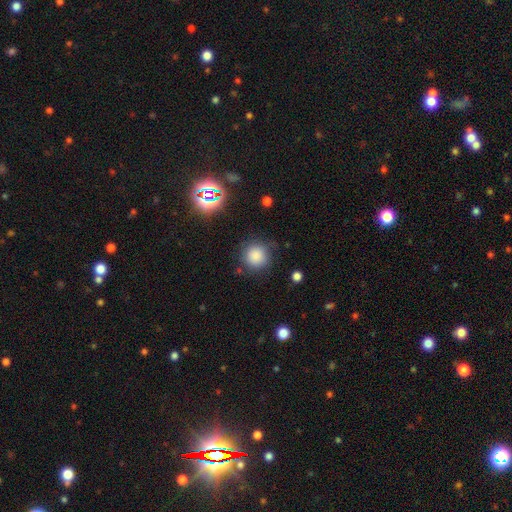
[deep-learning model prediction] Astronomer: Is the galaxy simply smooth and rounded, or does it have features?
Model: smooth — 83%.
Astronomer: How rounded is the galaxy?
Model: round — 93%.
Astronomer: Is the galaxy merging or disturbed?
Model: none — 83%.